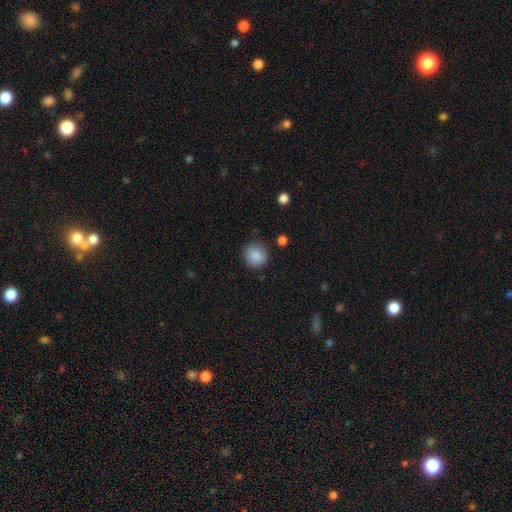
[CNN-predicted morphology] Overall: smooth (88%). How rounded: round (89%). Merging: none (85%).